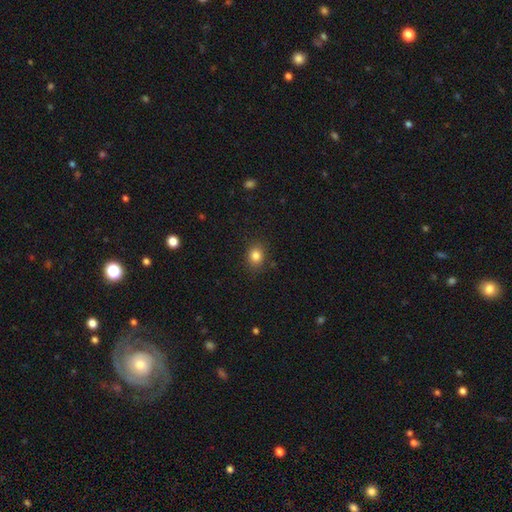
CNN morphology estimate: This appears to be a smooth galaxy with no disk features (83%) that is round (60%). Merging: none (86%).